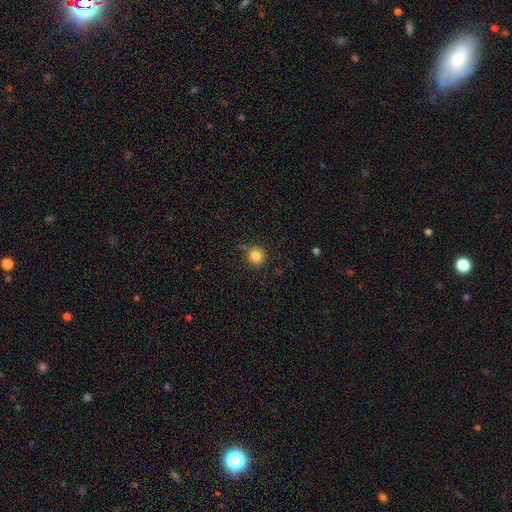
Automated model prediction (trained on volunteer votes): The model was most divided on "merging": none: 80%, minor disturbance: 14%, major disturbance: 4%, merger: 2%. More confident: how rounded — round (91%); smooth or featured — smooth (83%).